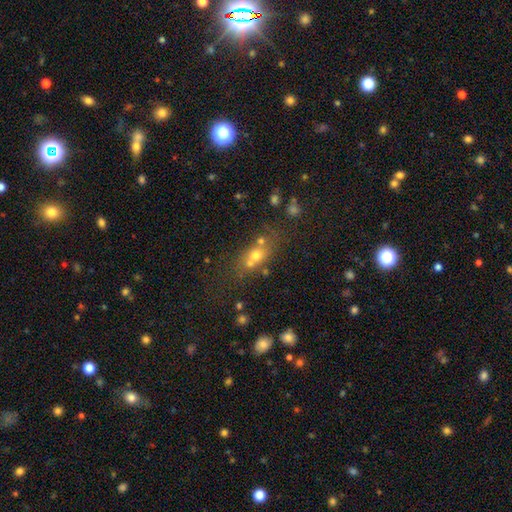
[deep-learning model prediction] This is possibly a smooth galaxy (59%). How rounded: possibly round (47%). Merging: possibly none (46%).